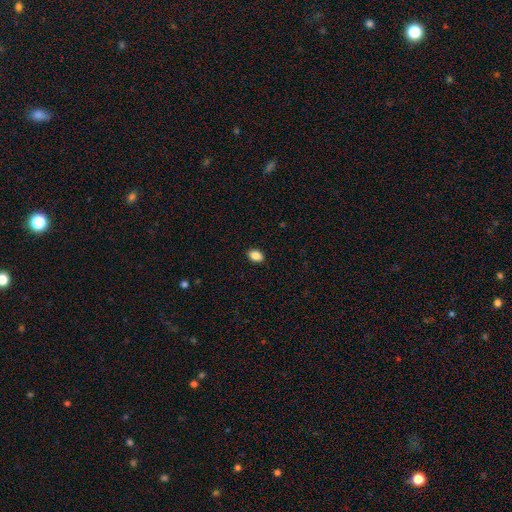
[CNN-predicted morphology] Smooth or featured? smooth (88%)
How rounded? in between (78%)
Merging? none (90%)